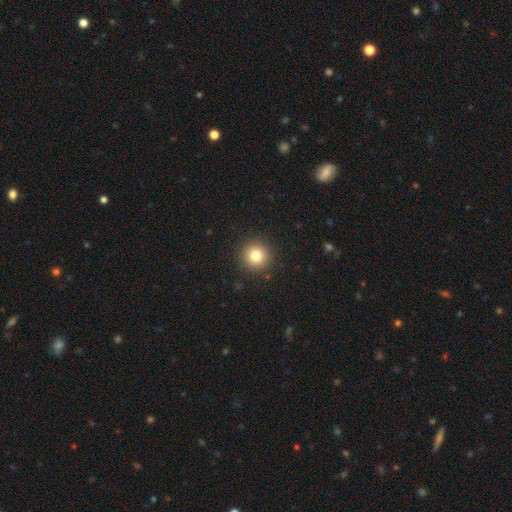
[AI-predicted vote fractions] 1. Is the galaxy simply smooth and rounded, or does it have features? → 81% smooth, 12% star or artifact, 7% featured or disk.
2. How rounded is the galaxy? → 95% round, 4% in between, 1% cigar-shaped.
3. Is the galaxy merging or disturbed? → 91% none, 5% minor disturbance, 2% major disturbance, 1% merger.